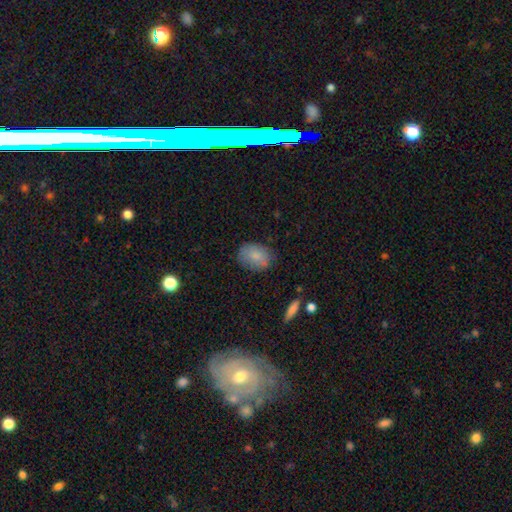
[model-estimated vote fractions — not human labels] smooth-or-featured: smooth: 81% | featured or disk: 12% | star or artifact: 7%
  how-rounded: in between: 78% | round: 21% | cigar-shaped: 1%
  merging: none: 75% | minor disturbance: 19% | major disturbance: 4% | merger: 2%